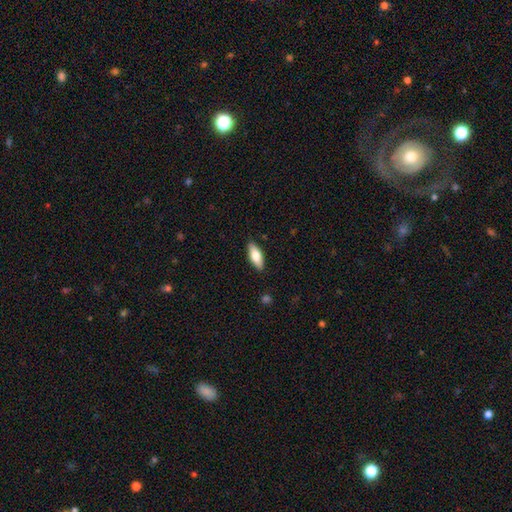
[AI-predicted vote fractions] Overall: smooth (71%). How rounded: in between (71%). Merging: none (88%).